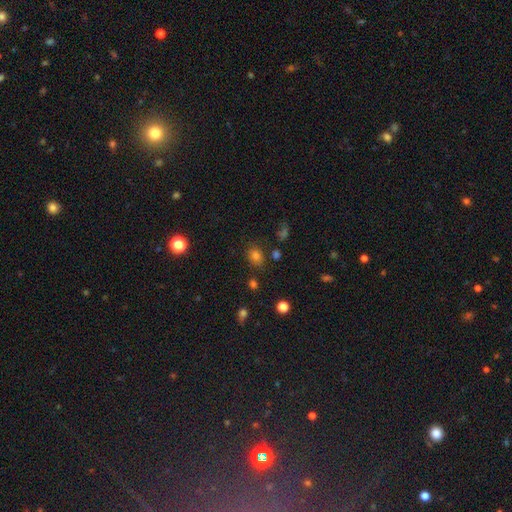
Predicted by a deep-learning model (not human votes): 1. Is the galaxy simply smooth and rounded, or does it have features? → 75% smooth, 19% star or artifact, 7% featured or disk.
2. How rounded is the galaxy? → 50% round, 49% in between, 1% cigar-shaped.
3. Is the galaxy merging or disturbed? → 79% none, 13% minor disturbance, 5% merger, 4% major disturbance.